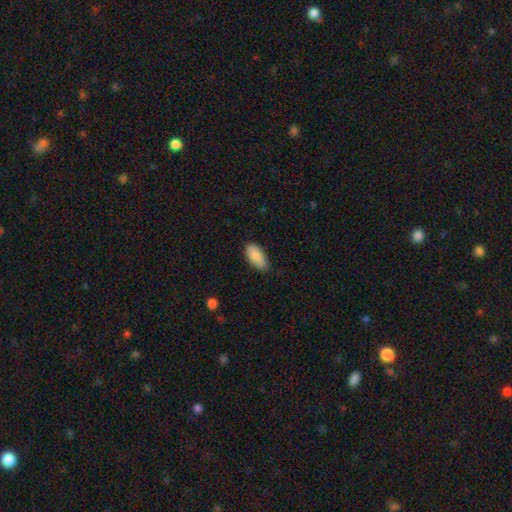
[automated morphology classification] Smooth or featured? smooth (88%)
How rounded? in between (91%)
Merging? none (79%)